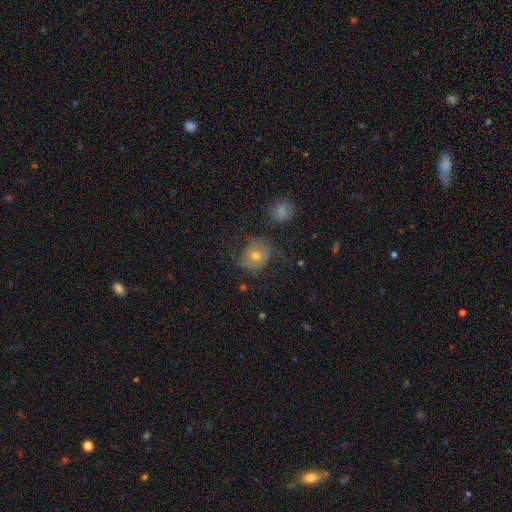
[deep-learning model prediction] Smooth or featured?
  - smooth: 55% *
  - featured or disk: 32%
  - star or artifact: 13%
How rounded?
  - round: 74% *
  - in between: 25%
  - cigar-shaped: 1%
Merging?
  - none: 59% *
  - minor disturbance: 21%
  - major disturbance: 17%
  - merger: 3%